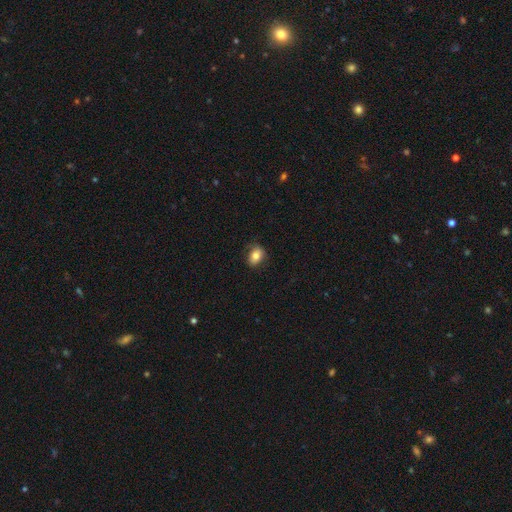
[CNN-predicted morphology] Overall: smooth (80%). How rounded: in between (75%). Merging: none (75%).